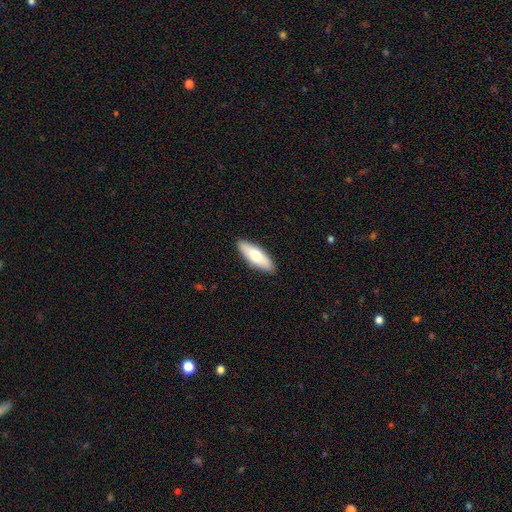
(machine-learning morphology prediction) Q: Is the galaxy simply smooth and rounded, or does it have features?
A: smooth — 66%.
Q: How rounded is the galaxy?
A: in between — 62%.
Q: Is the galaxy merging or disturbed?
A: none — 89%.